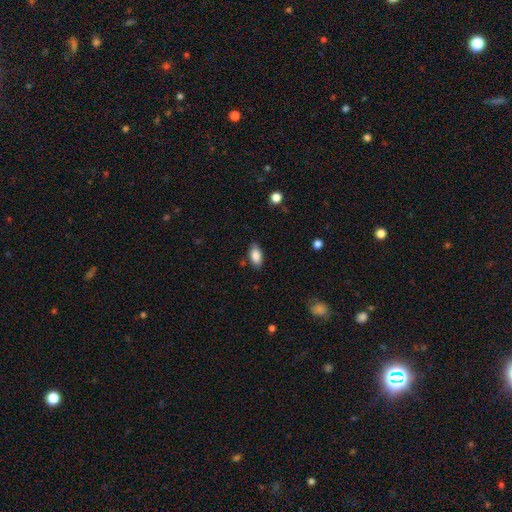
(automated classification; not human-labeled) This is clearly a smooth galaxy (88%). How rounded: clearly in between (92%). Merging: clearly none (85%).